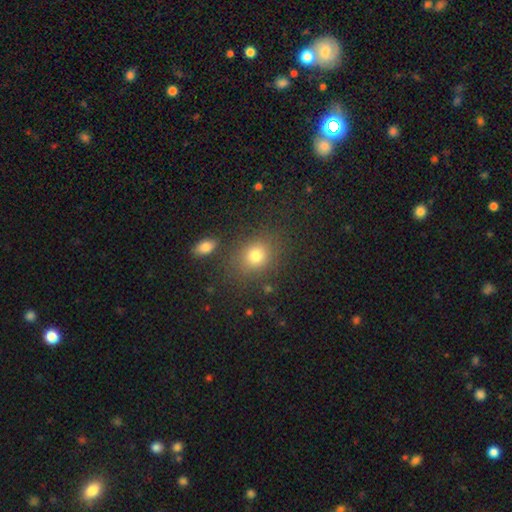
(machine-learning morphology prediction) Smooth or featured? smooth (76%)
How rounded? round (63%)
Merging? none (79%)